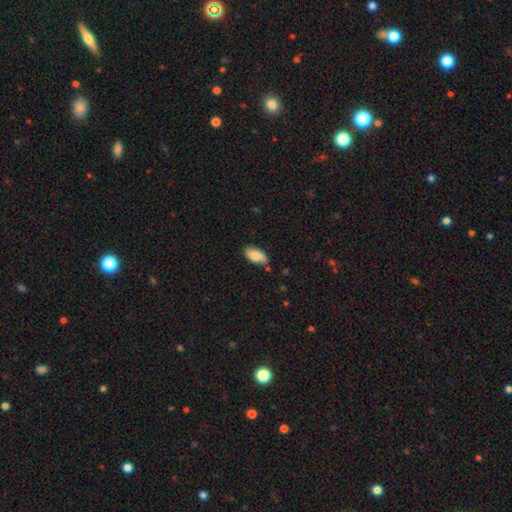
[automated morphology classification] smooth_or_featured: smooth (p=0.82) [alt: featured or disk p=0.12]
how_rounded: in between (p=0.92) [alt: cigar-shaped p=0.05]
merging: none (p=0.76) [alt: minor disturbance p=0.19]